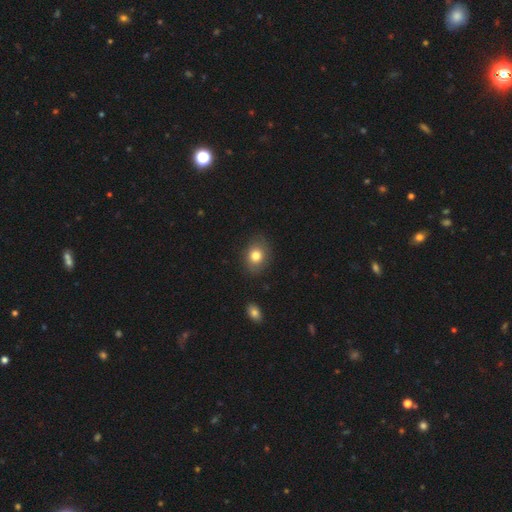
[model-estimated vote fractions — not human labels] smooth-or-featured: smooth: 80% | star or artifact: 10% | featured or disk: 10%
  how-rounded: in between: 50% | round: 49% | cigar-shaped: 1%
  merging: none: 83% | minor disturbance: 12% | major disturbance: 3% | merger: 1%